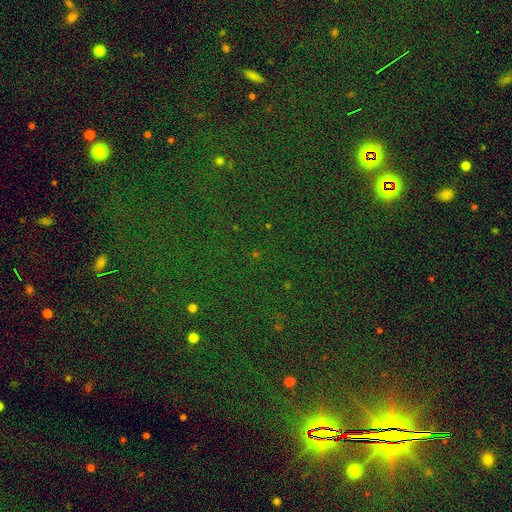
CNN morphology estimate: A star or artifact, not a galaxy (80%).